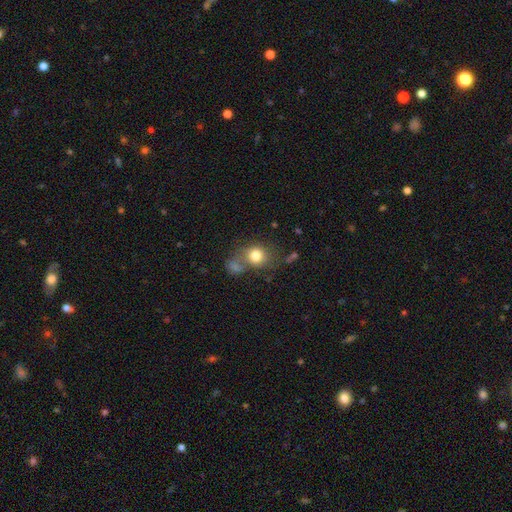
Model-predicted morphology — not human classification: Q: Smooth or featured?
A: smooth (79%); runner-up: featured or disk (11%)
Q: How rounded?
A: round (73%); runner-up: in between (26%)
Q: Merging?
A: none (49%); runner-up: merger (27%)